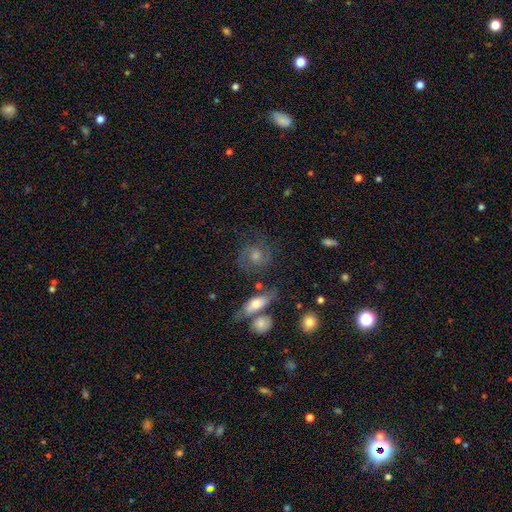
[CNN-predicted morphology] This is likely a featured or disk galaxy (68%). It is clearly not viewed edge-on (95%). Bar: likely no (68%). Spiral arm pattern: clearly yes (92%). Spiral arm count: clearly 2 (82%). Spiral winding: possibly medium (48%). Central bulge: possibly moderate (50%). Merging: likely none (68%).